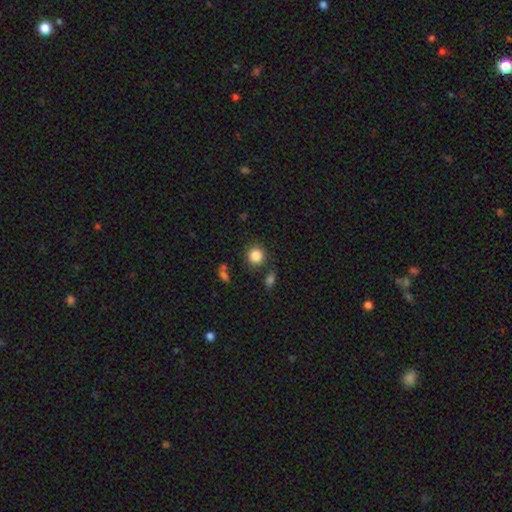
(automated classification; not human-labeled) This is clearly a smooth galaxy (85%). How rounded: clearly round (88%). Merging: likely none (80%).